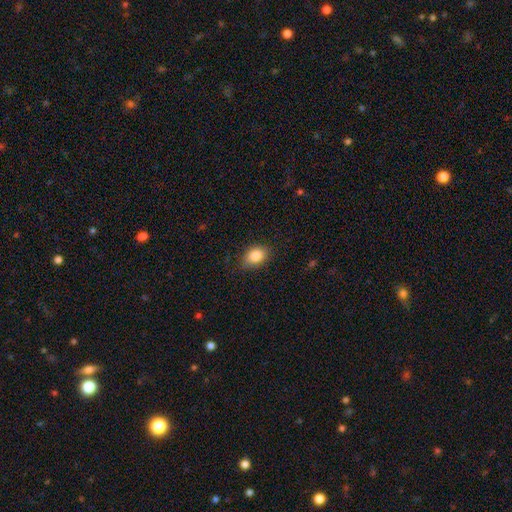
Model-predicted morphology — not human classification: Overall: smooth (85%). How rounded: in between (74%). Merging: none (82%).